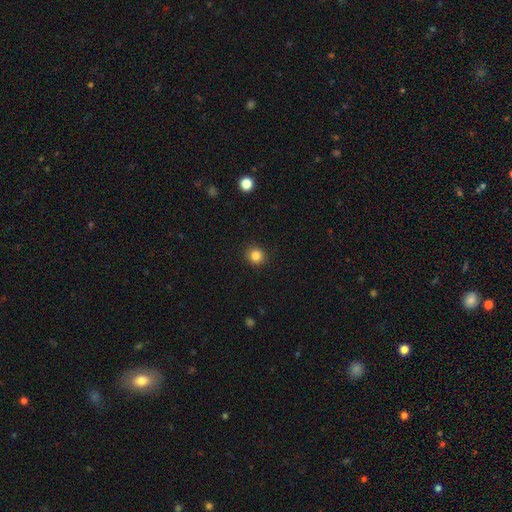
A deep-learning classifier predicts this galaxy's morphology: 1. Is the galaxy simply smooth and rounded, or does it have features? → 85% smooth, 11% star or artifact, 4% featured or disk.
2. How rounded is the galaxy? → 92% round, 7% in between, 1% cigar-shaped.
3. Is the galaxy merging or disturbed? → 92% none, 5% minor disturbance, 2% major disturbance, 1% merger.